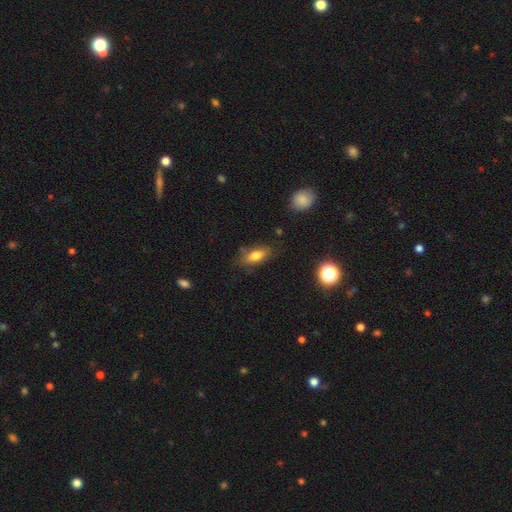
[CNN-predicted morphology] Overall: smooth (75%). How rounded: in between (79%). Merging: none (77%).